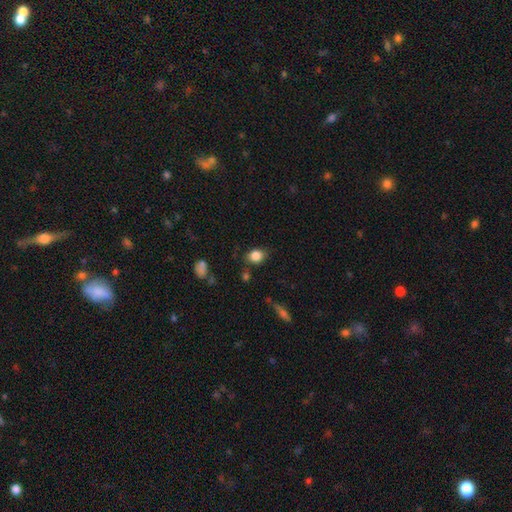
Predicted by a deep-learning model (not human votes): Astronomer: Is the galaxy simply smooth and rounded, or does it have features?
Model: smooth — 85%.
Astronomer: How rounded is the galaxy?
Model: round — 57% (runner-up: in between, 41%).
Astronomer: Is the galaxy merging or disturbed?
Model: none — 76%.